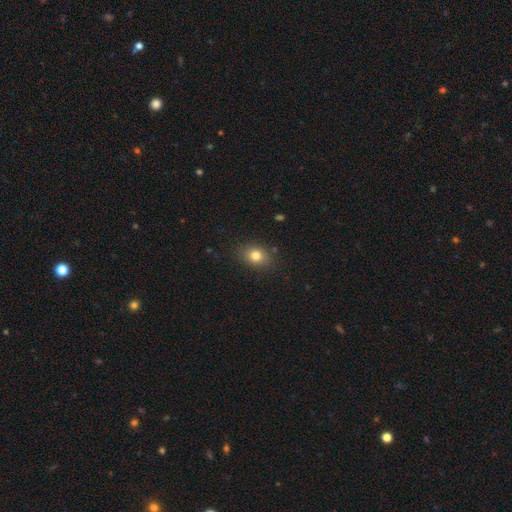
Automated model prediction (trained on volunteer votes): This appears to be a smooth galaxy with no disk features (79%) that is in between round and cigar-shaped (63%). Merging: none (84%).